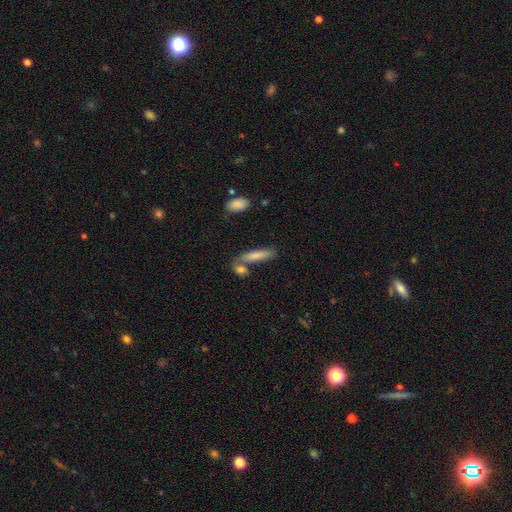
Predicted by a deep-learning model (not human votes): Q: Smooth or featured?
A: smooth (78%); runner-up: featured or disk (15%)
Q: How rounded?
A: cigar-shaped (72%); runner-up: in between (26%)
Q: Merging?
A: none (60%); runner-up: merger (23%)